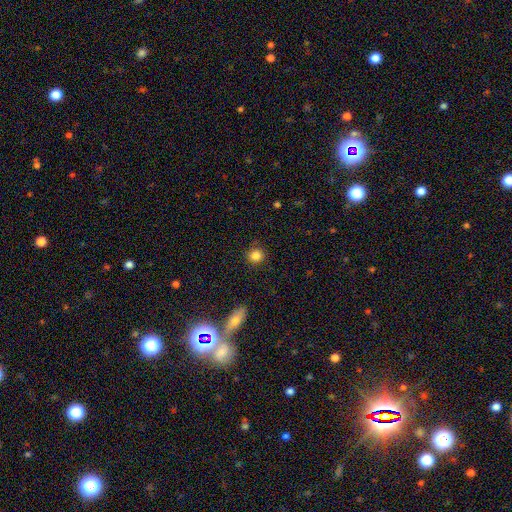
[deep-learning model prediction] A smooth galaxy with no disk features (85%) that is round (90%).

Vote fractions:
- Smooth or featured? smooth: 85% / star or artifact: 11% / featured or disk: 5%
- How rounded? round: 90% / in between: 9% / cigar-shaped: 1%
- Merging? none: 86% / minor disturbance: 9% / major disturbance: 3% / merger: 2%